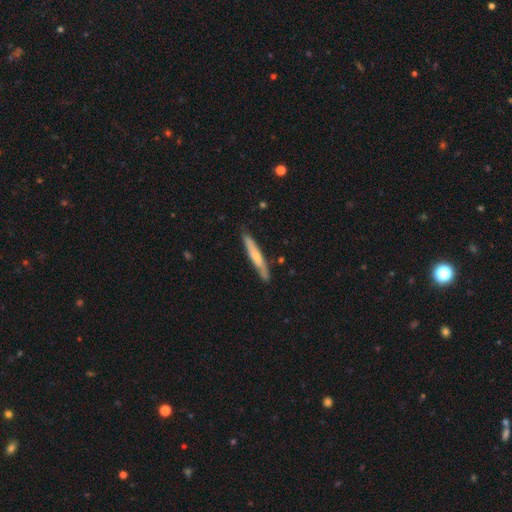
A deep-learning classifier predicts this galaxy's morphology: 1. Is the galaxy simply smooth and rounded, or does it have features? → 54% smooth, 41% featured or disk, 5% star or artifact.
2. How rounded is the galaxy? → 93% cigar-shaped, 5% in between, 1% round.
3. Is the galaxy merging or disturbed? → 82% none, 14% minor disturbance, 2% major disturbance, 2% merger.